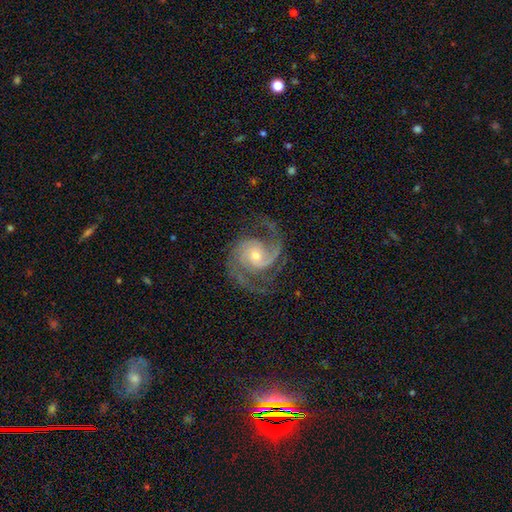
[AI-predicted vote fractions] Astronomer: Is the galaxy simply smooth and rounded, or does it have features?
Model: featured or disk — 93%.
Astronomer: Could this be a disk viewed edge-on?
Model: no — 98%.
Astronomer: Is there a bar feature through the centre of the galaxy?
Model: no — 65%.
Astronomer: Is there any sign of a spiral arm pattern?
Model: yes — 99%.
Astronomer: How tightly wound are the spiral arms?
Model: medium — 58%.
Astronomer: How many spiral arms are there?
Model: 2 — 79%.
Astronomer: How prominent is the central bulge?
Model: small — 51% (runner-up: moderate, 45%).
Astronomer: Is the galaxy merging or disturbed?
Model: none — 77%.